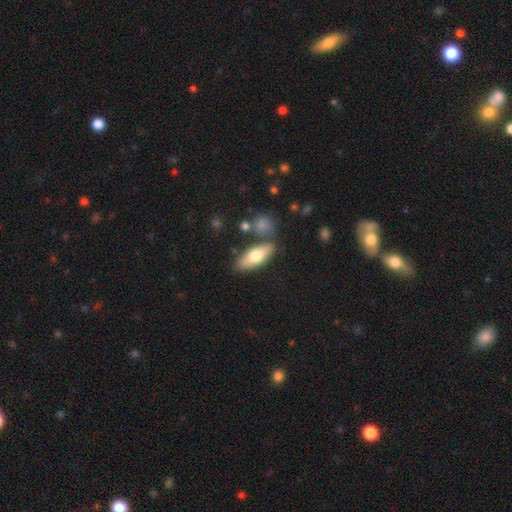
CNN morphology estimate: The model was most divided on "how rounded": in between: 62%, cigar-shaped: 35%, round: 3%. More confident: merging — none (76%); smooth or featured — smooth (63%).